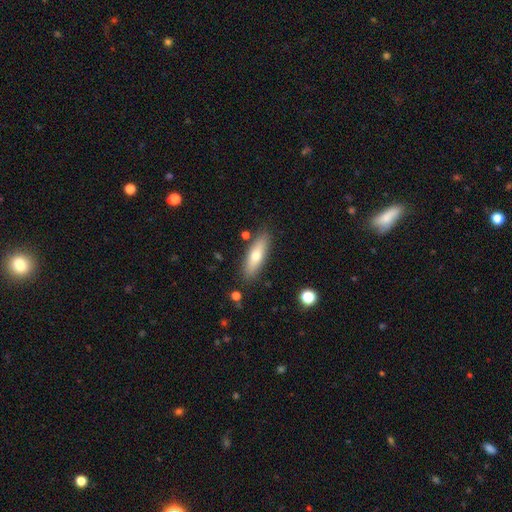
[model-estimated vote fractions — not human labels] smooth 62%, featured or disk 32%, star or artifact 7%. Down the decision tree: how rounded — cigar-shaped (56%); merging — none (85%).